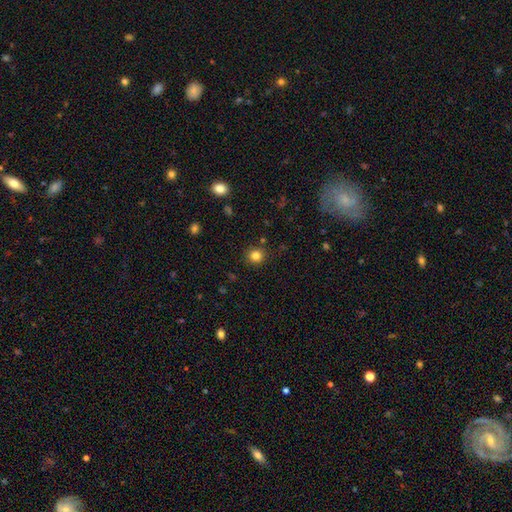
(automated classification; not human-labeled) Q: Smooth or featured?
A: smooth (82%); runner-up: star or artifact (13%)
Q: How rounded?
A: round (91%); runner-up: in between (8%)
Q: Merging?
A: none (88%); runner-up: minor disturbance (7%)